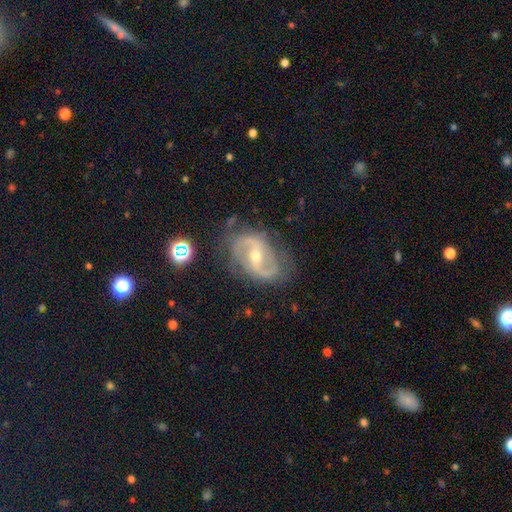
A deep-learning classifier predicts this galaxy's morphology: This appears to be a featured or disk galaxy (87%) with a weak bar (44%), 2 (88%) medium (51%) spiral arms (96%) and a moderate central bulge (52%). Merging: none (74%).